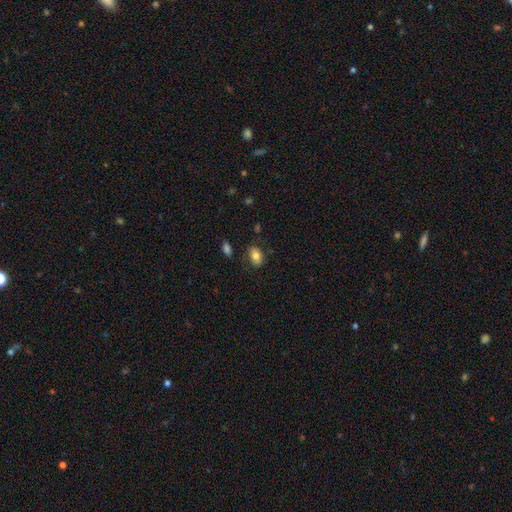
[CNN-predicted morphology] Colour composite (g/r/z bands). It shows a smooth galaxy with no disk features (80%) that is in between round and cigar-shaped (87%). Merging: none (76%).